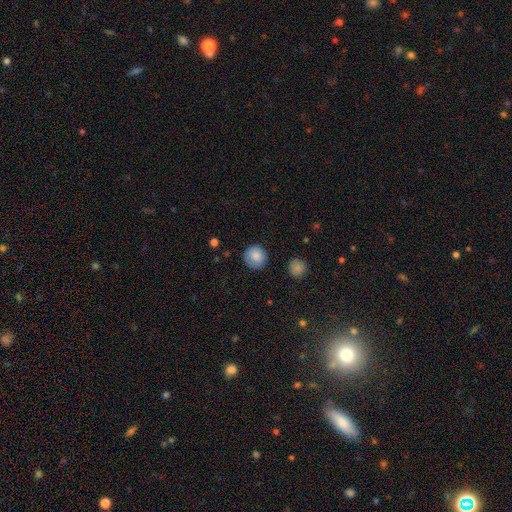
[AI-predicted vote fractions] This is clearly a smooth galaxy (84%). How rounded: clearly round (91%). Merging: clearly none (81%).